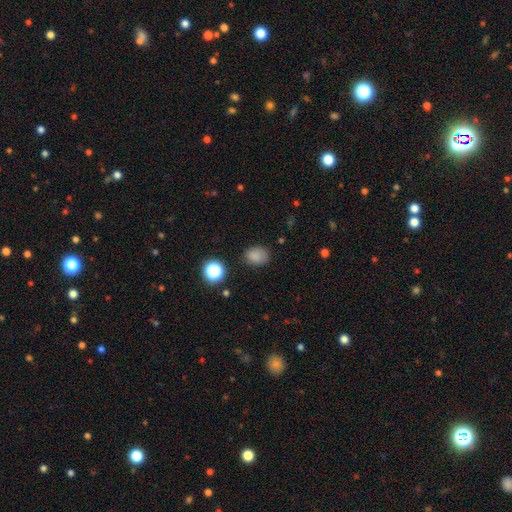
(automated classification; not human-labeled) A smooth galaxy with no disk features (80%) that is in between round and cigar-shaped (59%). Merging: none (76%).